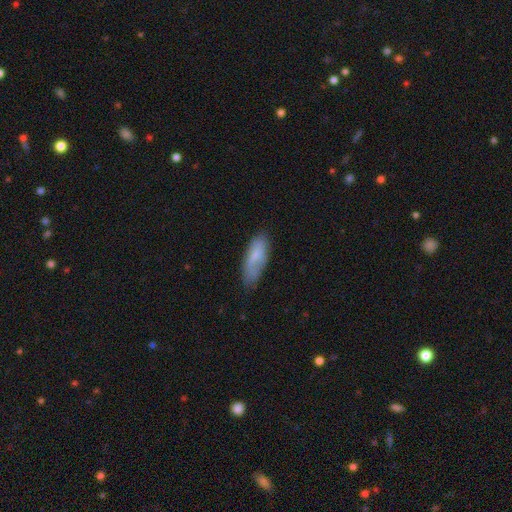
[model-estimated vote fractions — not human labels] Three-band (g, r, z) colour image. It shows a smooth galaxy with no disk features (70%) that is in between round and cigar-shaped (66%). Merging: none (63%).